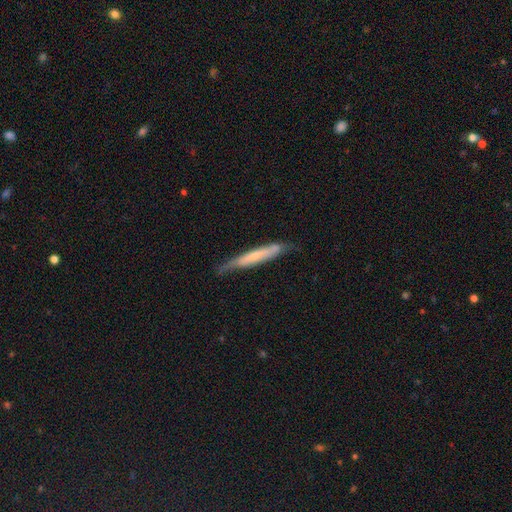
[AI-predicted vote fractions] A featured or disk galaxy (50%). Merging: none (68%).